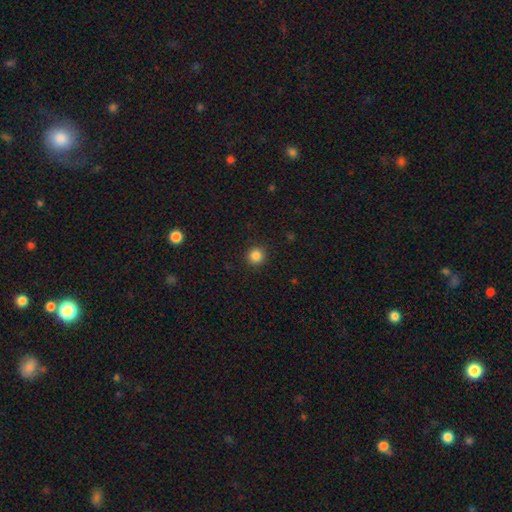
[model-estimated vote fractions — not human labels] A smooth galaxy with no disk features (85%) that is round (95%).

Vote fractions:
- Smooth or featured? smooth: 85% / star or artifact: 11% / featured or disk: 4%
- How rounded? round: 95% / in between: 4% / cigar-shaped: 1%
- Merging? none: 92% / minor disturbance: 5% / major disturbance: 2% / merger: 1%